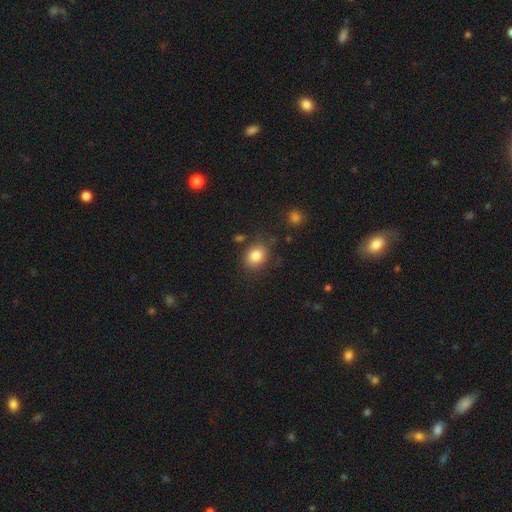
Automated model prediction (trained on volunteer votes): A smooth galaxy with no disk features (83%) that is round (51%).

Vote fractions:
- Smooth or featured? smooth: 83% / star or artifact: 10% / featured or disk: 7%
- How rounded? round: 51% / in between: 48% / cigar-shaped: 1%
- Merging? none: 80% / minor disturbance: 13% / merger: 4% / major disturbance: 4%